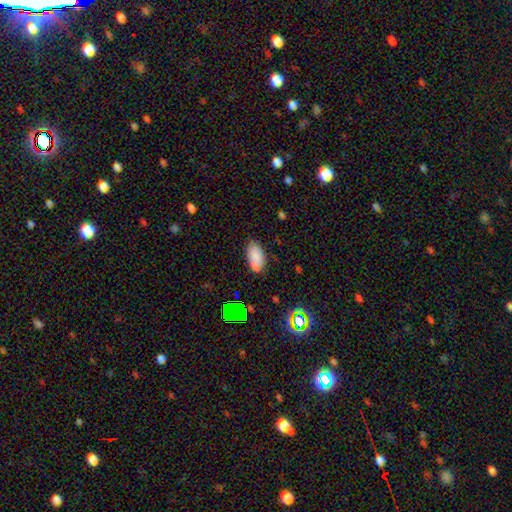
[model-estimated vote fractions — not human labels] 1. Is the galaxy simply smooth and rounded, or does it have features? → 80% smooth, 11% star or artifact, 9% featured or disk.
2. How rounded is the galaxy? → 93% in between, 4% round, 3% cigar-shaped.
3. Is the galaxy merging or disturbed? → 65% none, 20% minor disturbance, 10% merger, 5% major disturbance.